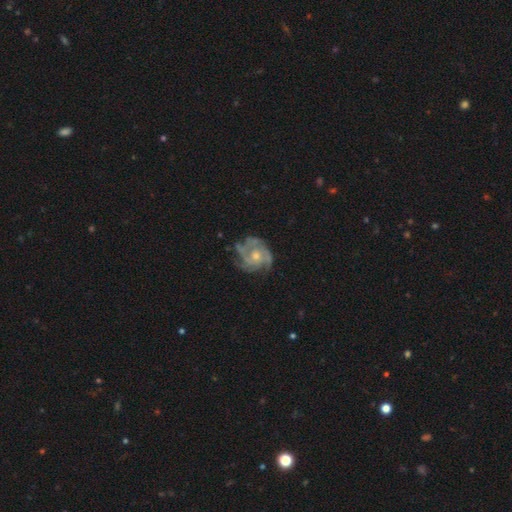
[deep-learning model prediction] Q: Smooth or featured?
A: featured or disk (86%); runner-up: smooth (8%)
Q: Edge-on disk?
A: no (98%); runner-up: yes (2%)
Q: Bar?
A: no (80%); runner-up: weak (17%)
Q: Spiral arms?
A: yes (95%); runner-up: no (5%)
Q: Spiral winding?
A: tight (55%); runner-up: medium (37%)
Q: Spiral arm count?
A: 3 (38%); runner-up: 4 (24%)
Q: Bulge size?
A: small (50%); runner-up: moderate (46%)
Q: Merging?
A: none (65%); runner-up: minor disturbance (22%)